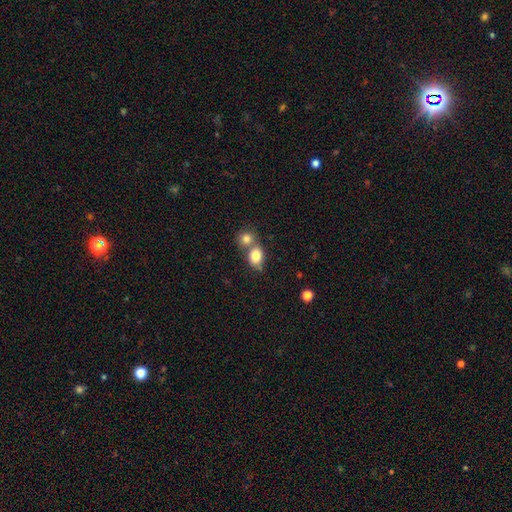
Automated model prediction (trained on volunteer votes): Smooth or featured? Predicted: smooth (p=0.81). How rounded? Predicted: in between (p=0.56). Merging? Predicted: merger (p=0.51).